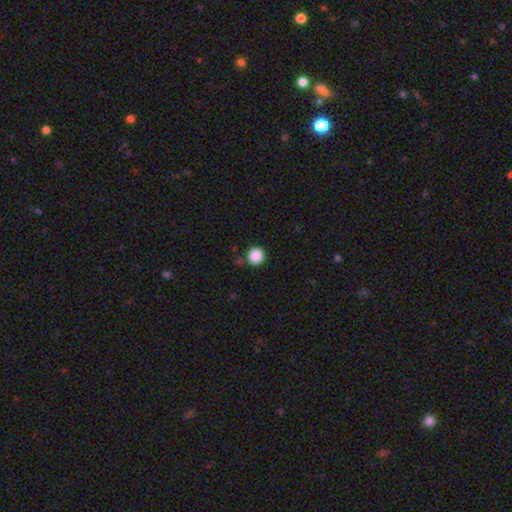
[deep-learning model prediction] This is clearly a smooth galaxy (88%). How rounded: clearly round (93%). Merging: clearly none (86%).